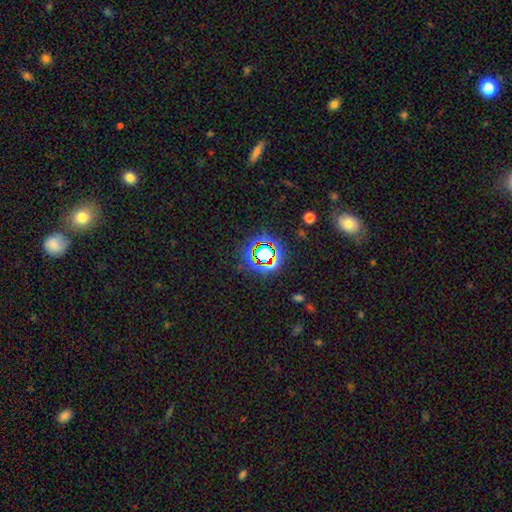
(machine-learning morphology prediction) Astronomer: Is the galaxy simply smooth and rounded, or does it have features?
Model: star or artifact — 73%.